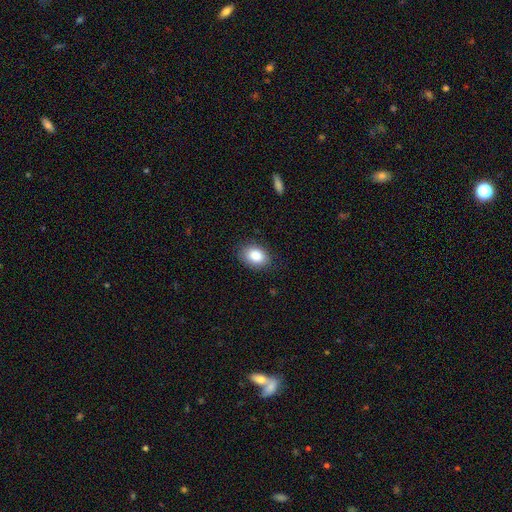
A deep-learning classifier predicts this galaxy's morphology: A smooth galaxy with no disk features (87%) that is in between round and cigar-shaped (78%). Merging: none (82%).